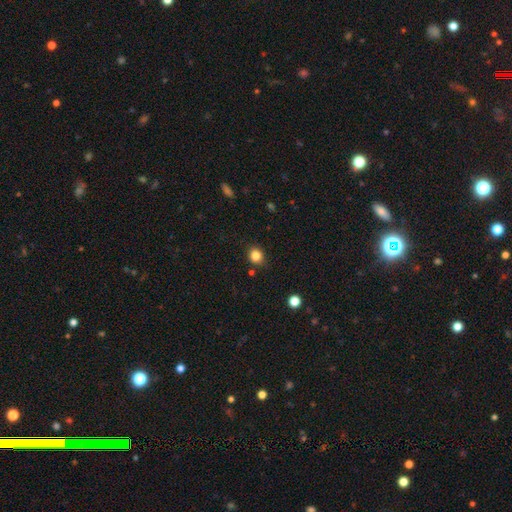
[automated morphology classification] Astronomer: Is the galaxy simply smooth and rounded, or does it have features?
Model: smooth — 84%.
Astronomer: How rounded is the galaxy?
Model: round — 78%.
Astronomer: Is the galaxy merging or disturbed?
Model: none — 85%.